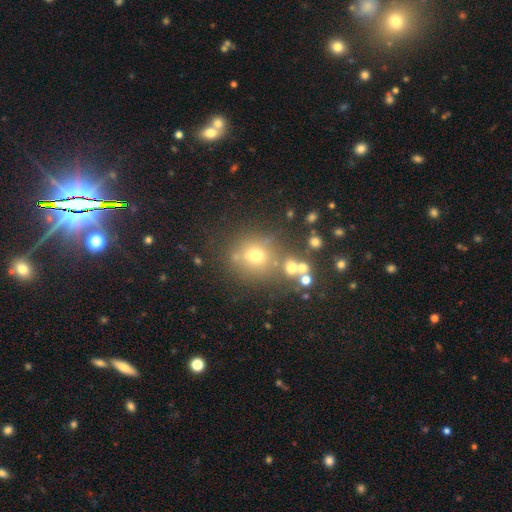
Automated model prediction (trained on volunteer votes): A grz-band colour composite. It shows a smooth galaxy with no disk features (60%) that is round (84%). Merging: none (67%).